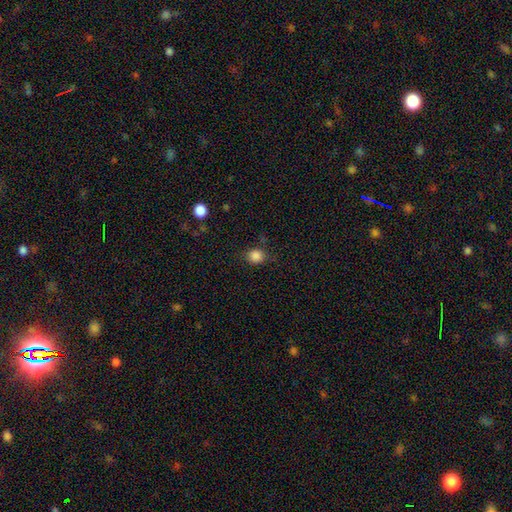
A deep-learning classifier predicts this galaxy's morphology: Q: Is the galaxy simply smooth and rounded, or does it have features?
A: smooth — 85%.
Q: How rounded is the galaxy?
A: round — 78%.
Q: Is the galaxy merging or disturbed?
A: none — 78%.